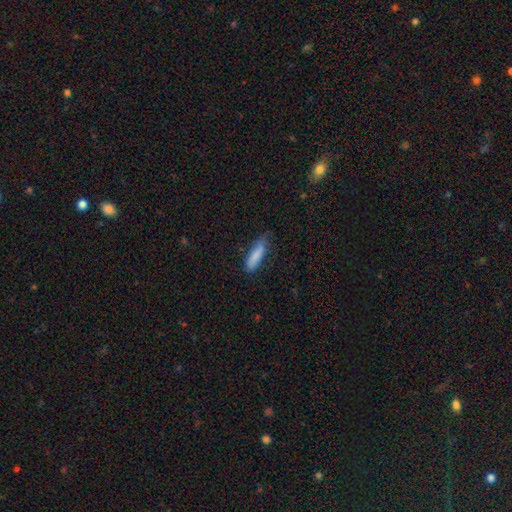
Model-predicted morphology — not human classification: smooth_or_featured: smooth (p=0.84) [alt: featured or disk p=0.10]
how_rounded: cigar-shaped (p=0.65) [alt: in between p=0.33]
merging: none (p=0.58) [alt: minor disturbance p=0.33]